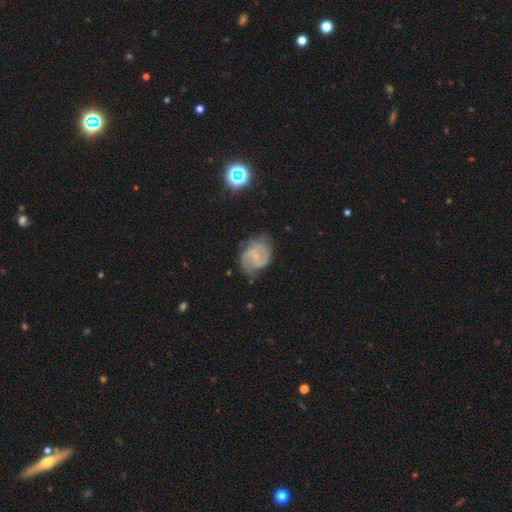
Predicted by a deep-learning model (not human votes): smooth_or_featured: featured or disk (p=0.78) [alt: smooth p=0.14]
disk_edge_on: no (p=0.98) [alt: yes p=0.02]
bar: no (p=0.63) [alt: weak p=0.32]
has_spiral_arms: yes (p=0.94) [alt: no p=0.06]
spiral_winding: medium (p=0.46) [alt: tight p=0.40]
spiral_arm_count: 2 (p=0.60) [alt: can't tell p=0.17]
bulge_size: small (p=0.76) [alt: moderate p=0.14]
merging: none (p=0.65) [alt: minor disturbance p=0.24]